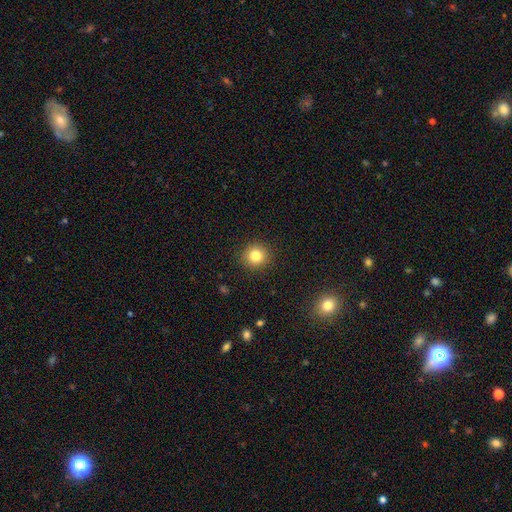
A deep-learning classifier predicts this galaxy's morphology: type=smooth (82%); roundness=round (92%); merging=none (91%).